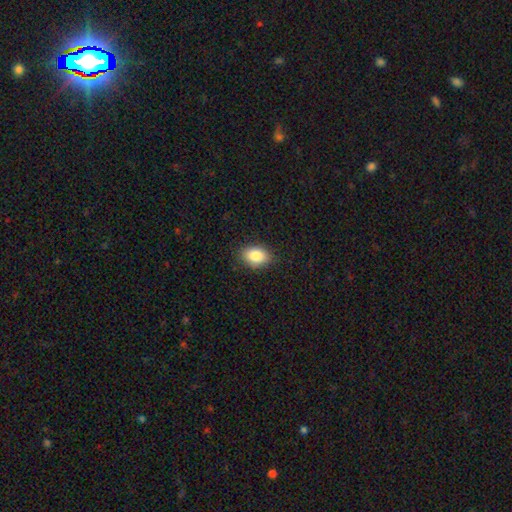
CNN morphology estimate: smooth-or-featured: smooth: 85% | star or artifact: 8% | featured or disk: 7%
  how-rounded: in between: 83% | round: 16% | cigar-shaped: 1%
  merging: none: 87% | minor disturbance: 10% | major disturbance: 2% | merger: 1%